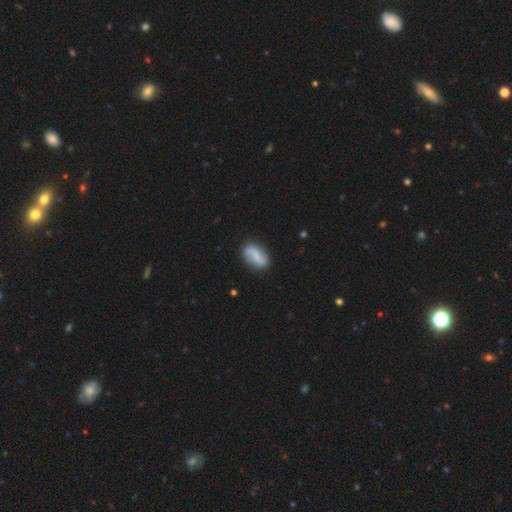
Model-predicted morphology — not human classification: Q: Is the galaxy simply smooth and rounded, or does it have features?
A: featured or disk — 49%.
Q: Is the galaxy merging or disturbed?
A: none — 80%.